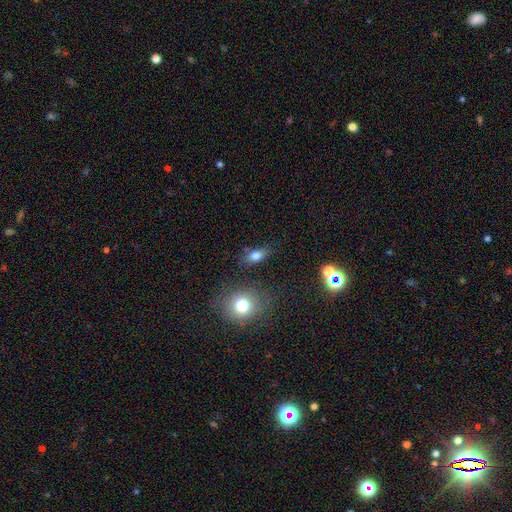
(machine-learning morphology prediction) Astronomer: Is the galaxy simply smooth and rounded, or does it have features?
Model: smooth — 79%.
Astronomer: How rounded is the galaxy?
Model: in between — 78%.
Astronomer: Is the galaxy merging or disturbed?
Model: none — 73%.